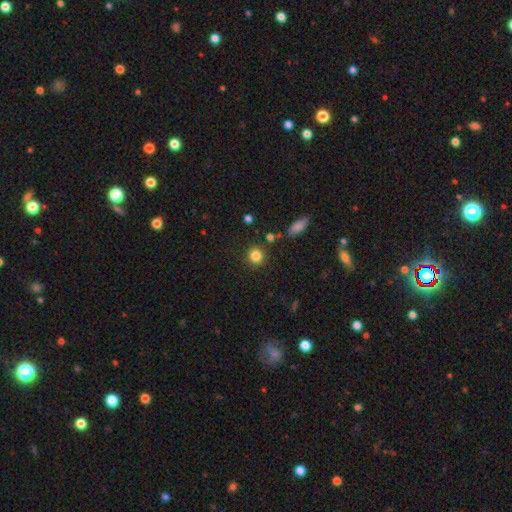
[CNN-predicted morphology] Smooth or featured: smooth — 84% (star or artifact — 11%)
How rounded: round — 88% (in between — 11%)
Merging: none — 85% (minor disturbance — 8%)